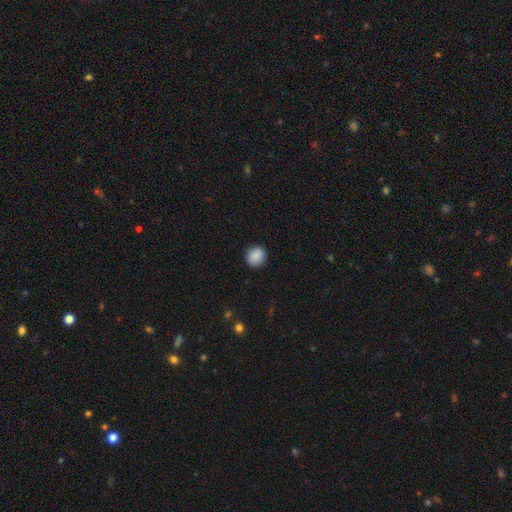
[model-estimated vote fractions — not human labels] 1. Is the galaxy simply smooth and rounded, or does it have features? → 88% smooth, 8% star or artifact, 4% featured or disk.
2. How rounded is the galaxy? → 82% round, 17% in between, 1% cigar-shaped.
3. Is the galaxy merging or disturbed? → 89% none, 8% minor disturbance, 2% major disturbance, 1% merger.